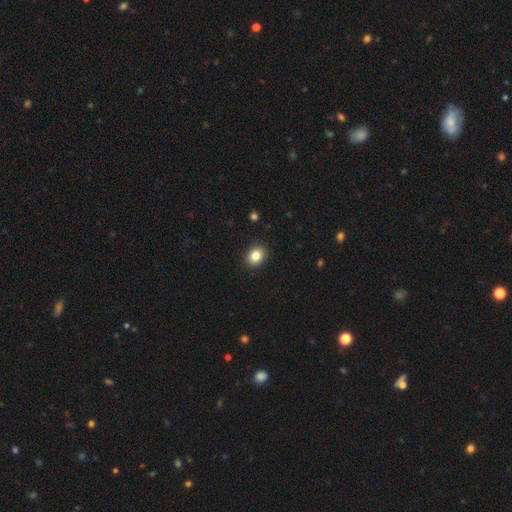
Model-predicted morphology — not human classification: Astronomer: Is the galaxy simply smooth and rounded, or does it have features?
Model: smooth — 85%.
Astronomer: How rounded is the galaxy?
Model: round — 52% (runner-up: in between, 47%).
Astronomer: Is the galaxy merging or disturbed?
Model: none — 91%.